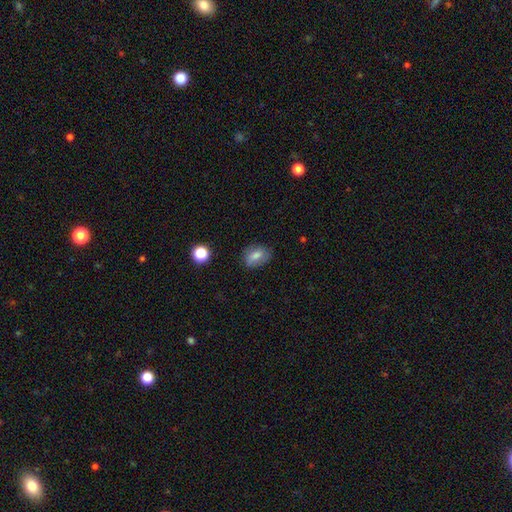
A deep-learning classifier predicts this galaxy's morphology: Smooth or featured? Predicted: smooth (p=0.72). How rounded? Predicted: in between (p=0.70). Merging? Predicted: none (p=0.79).